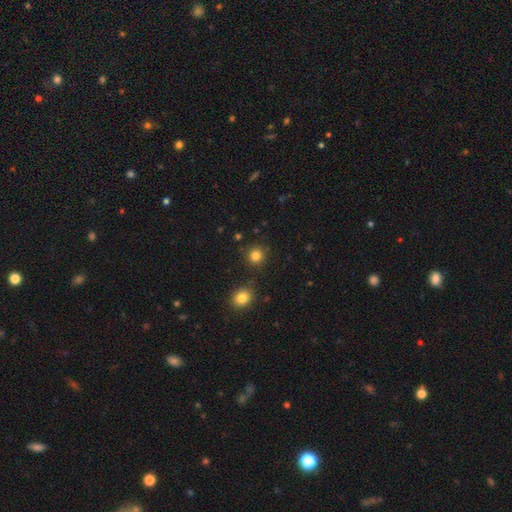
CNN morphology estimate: A smooth galaxy with no disk features (83%) that is round (92%).

Vote fractions:
- Smooth or featured? smooth: 83% / star or artifact: 13% / featured or disk: 4%
- How rounded? round: 92% / in between: 7% / cigar-shaped: 1%
- Merging? none: 88% / minor disturbance: 7% / merger: 4% / major disturbance: 2%